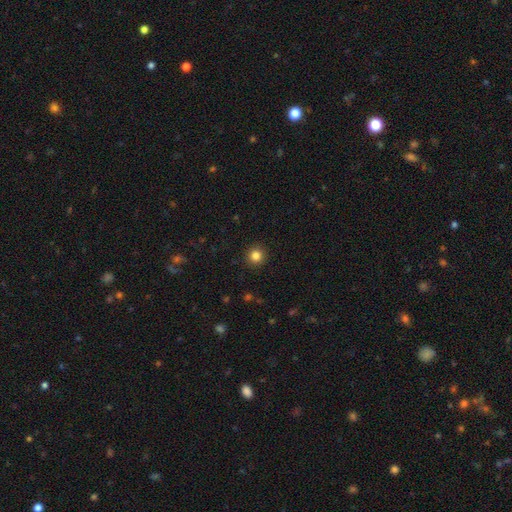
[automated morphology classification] smooth 84%, star or artifact 12%, featured or disk 5%. Down the decision tree: how rounded — round (94%); merging — none (92%).